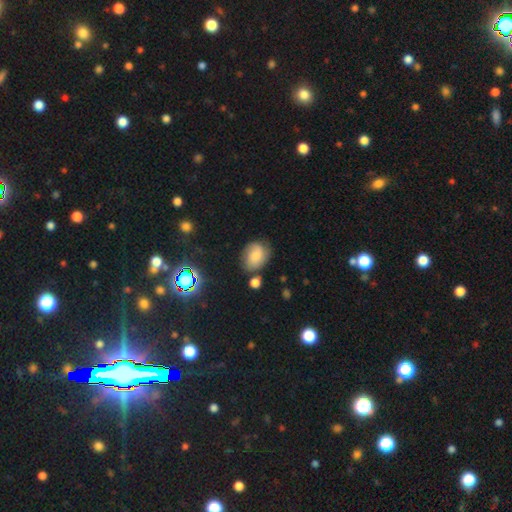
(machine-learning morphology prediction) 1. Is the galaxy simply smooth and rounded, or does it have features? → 61% smooth, 26% featured or disk, 13% star or artifact.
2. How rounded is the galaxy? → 61% in between, 38% round, 1% cigar-shaped.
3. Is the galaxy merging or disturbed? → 62% none, 24% minor disturbance, 8% major disturbance, 7% merger.